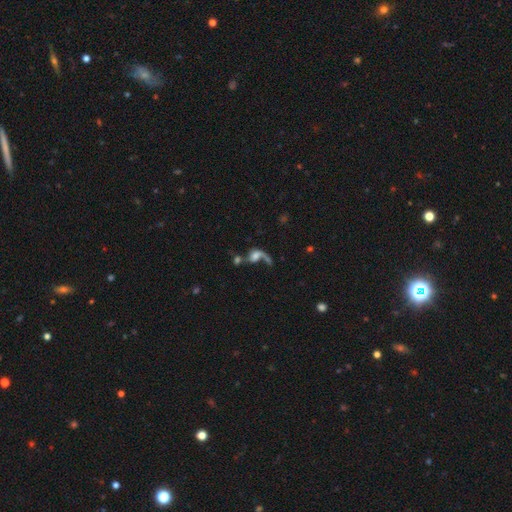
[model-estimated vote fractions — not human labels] Q: Smooth or featured?
A: featured or disk (48%); runner-up: smooth (37%)
Q: Merging?
A: merger (41%); runner-up: major disturbance (29%)